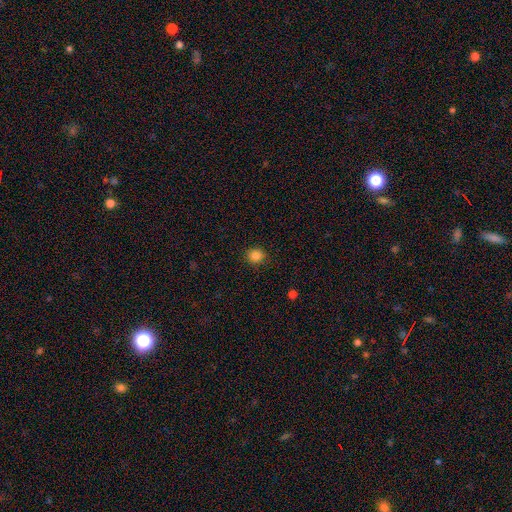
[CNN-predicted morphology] A smooth galaxy with no disk features (84%) that is round (85%). Merging: none (89%).